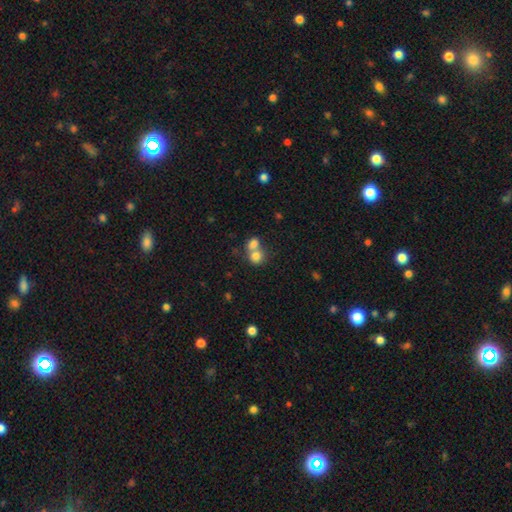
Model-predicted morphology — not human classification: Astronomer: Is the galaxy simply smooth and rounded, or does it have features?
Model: smooth — 77%.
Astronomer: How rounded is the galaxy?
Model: round — 75%.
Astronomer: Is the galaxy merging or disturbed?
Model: merger — 60%.